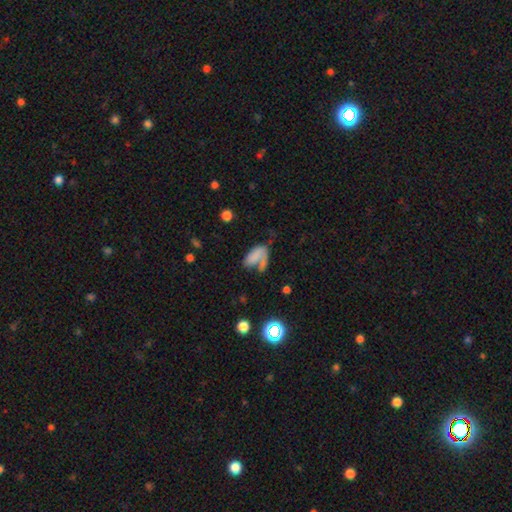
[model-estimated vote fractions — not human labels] This appears to be a smooth galaxy with no disk features (62%) that is in between round and cigar-shaped (87%). Merging: none (30%, tied with major disturbance).